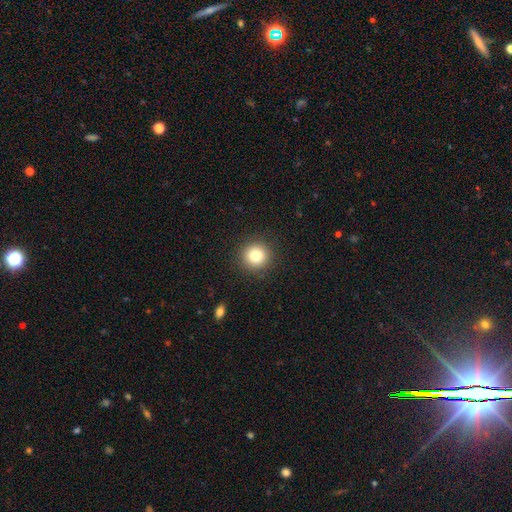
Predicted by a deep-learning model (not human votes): smooth-or-featured: smooth: 83% | star or artifact: 11% | featured or disk: 7%
  how-rounded: round: 94% | in between: 5% | cigar-shaped: 1%
  merging: none: 91% | minor disturbance: 6% | major disturbance: 2% | merger: 1%